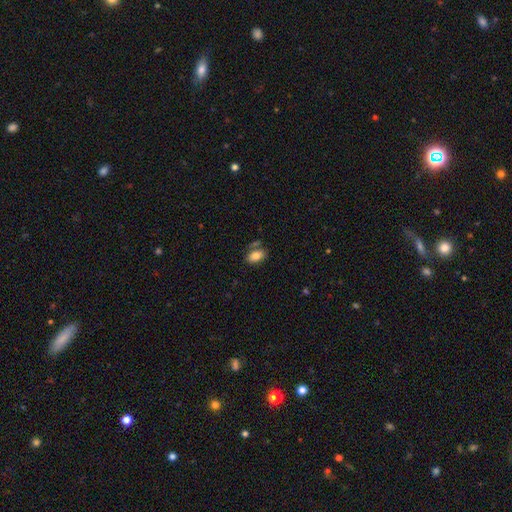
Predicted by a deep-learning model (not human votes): This is clearly a smooth galaxy (82%). How rounded: clearly in between (91%). Merging: likely none (67%).